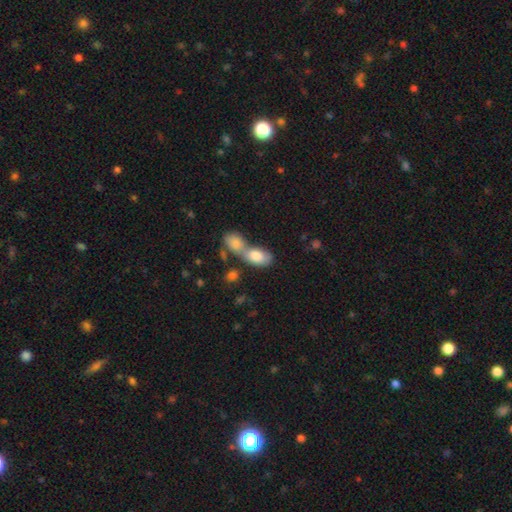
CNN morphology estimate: Overall: smooth (81%). How rounded: in between (89%). Merging: merger (66%).